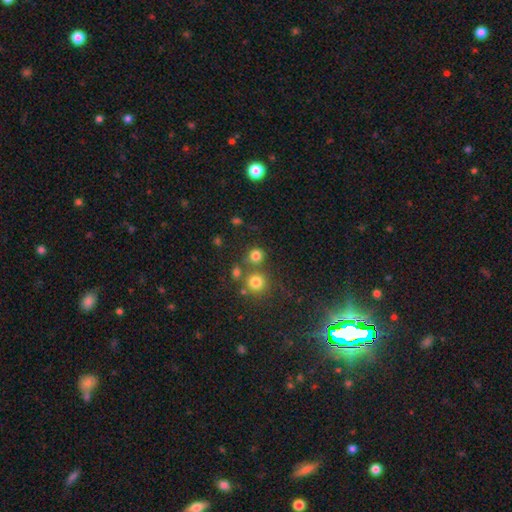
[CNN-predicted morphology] Smooth or featured: smooth — 77% (star or artifact — 16%)
How rounded: round — 87% (in between — 12%)
Merging: none — 68% (merger — 19%)